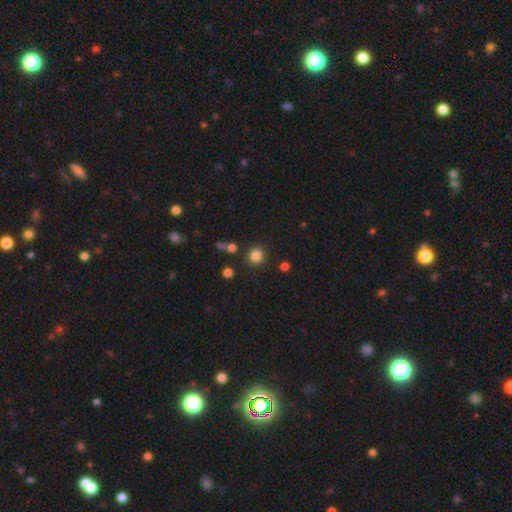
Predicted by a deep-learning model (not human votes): smooth_or_featured: smooth (p=0.82) [alt: star or artifact p=0.14]
how_rounded: round (p=0.93) [alt: in between p=0.06]
merging: none (p=0.85) [alt: minor disturbance p=0.07]